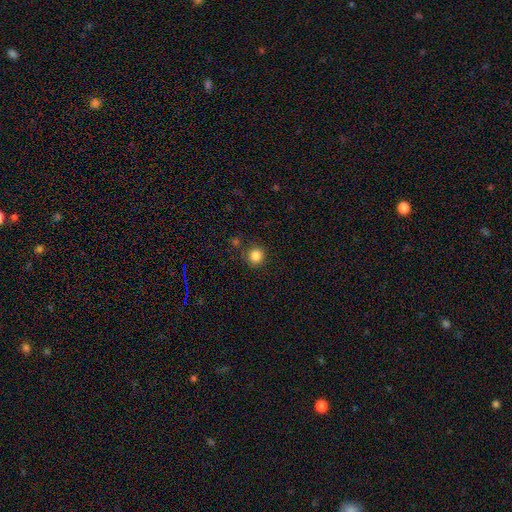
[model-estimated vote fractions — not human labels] smooth 84%, star or artifact 12%, featured or disk 4%. Down the decision tree: how rounded — round (92%); merging — none (85%).